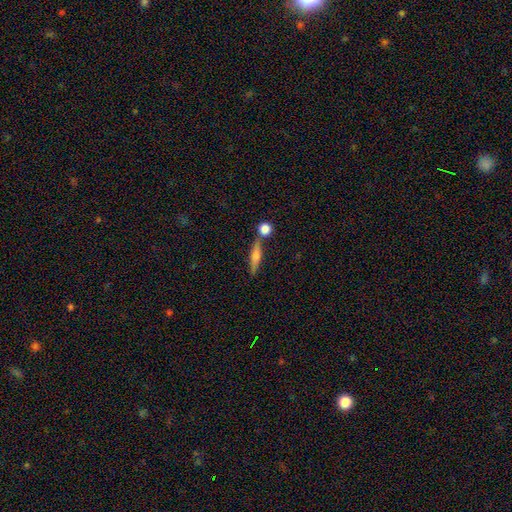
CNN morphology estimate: The model was most divided on "smooth or featured": featured or disk: 49%, smooth: 43%, star or artifact: 8%. More confident: merging — none (71%).